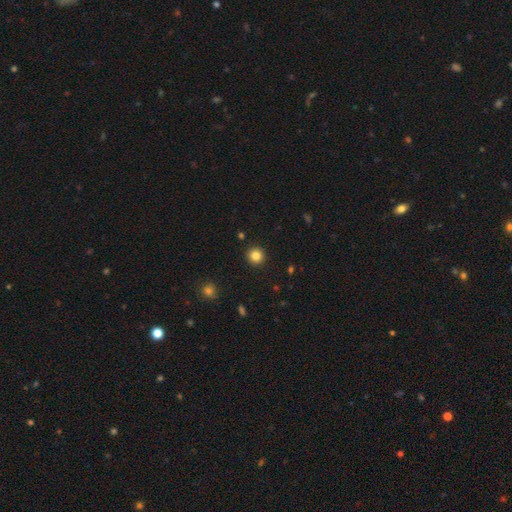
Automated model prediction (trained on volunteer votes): Smooth or featured? smooth (84%)
How rounded? round (94%)
Merging? none (92%)